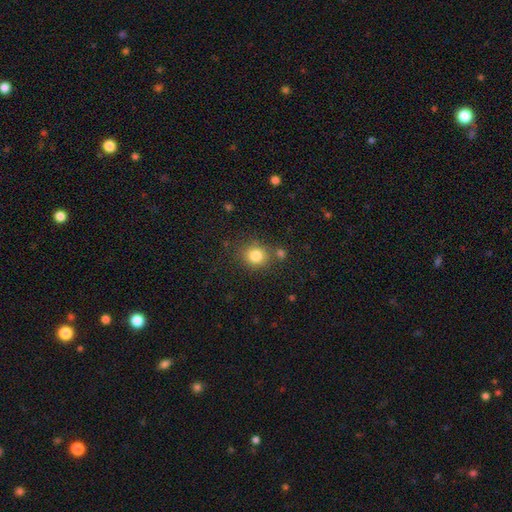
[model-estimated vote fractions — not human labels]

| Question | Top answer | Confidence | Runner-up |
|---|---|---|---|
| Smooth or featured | smooth | 82% | star or artifact (12%) |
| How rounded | round | 81% | in between (18%) |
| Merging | none | 75% | minor disturbance (11%) |